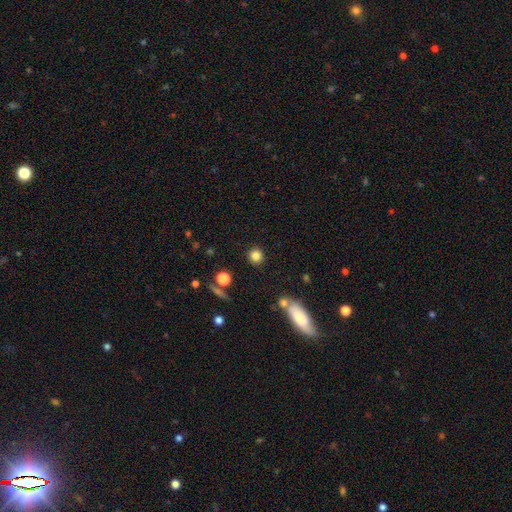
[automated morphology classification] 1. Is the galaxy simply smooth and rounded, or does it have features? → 83% smooth, 12% star or artifact, 5% featured or disk.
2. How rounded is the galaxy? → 89% round, 9% in between, 1% cigar-shaped.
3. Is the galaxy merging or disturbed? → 87% none, 7% minor disturbance, 4% merger, 3% major disturbance.